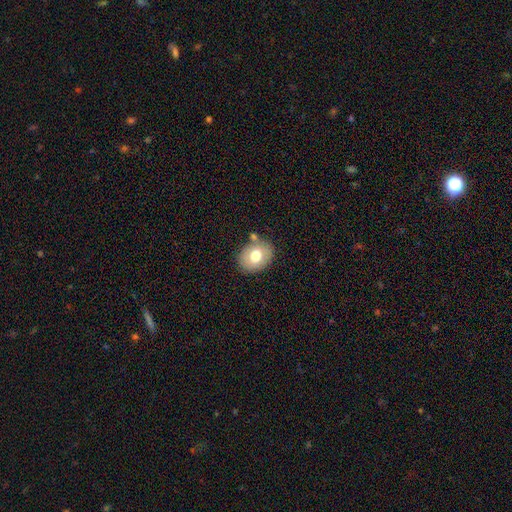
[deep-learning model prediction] Smooth or featured? smooth (71%)
How rounded? in between (61%)
Merging? none (74%)